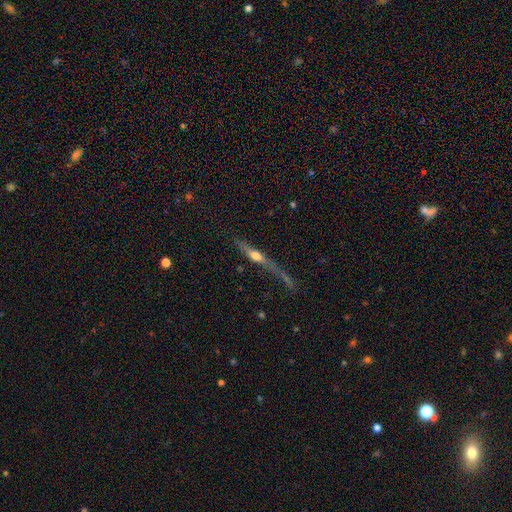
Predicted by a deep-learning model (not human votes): This appears to be a featured or disk galaxy (61%) viewed edge-on (91%) with a rounded central bulge (86%). Merging: none (48%).